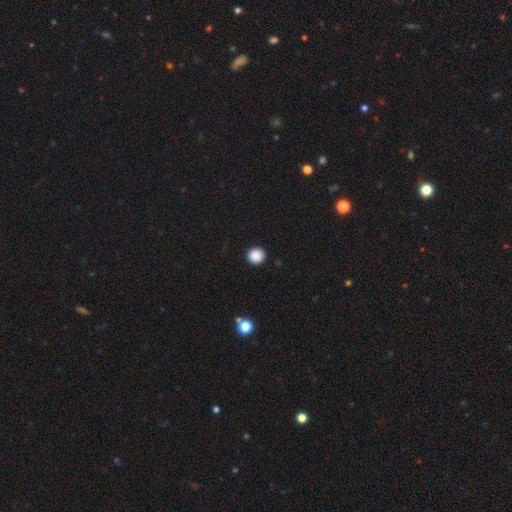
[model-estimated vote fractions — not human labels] Morphology: type=smooth (88%); roundness=round (92%); merging=none (93%).